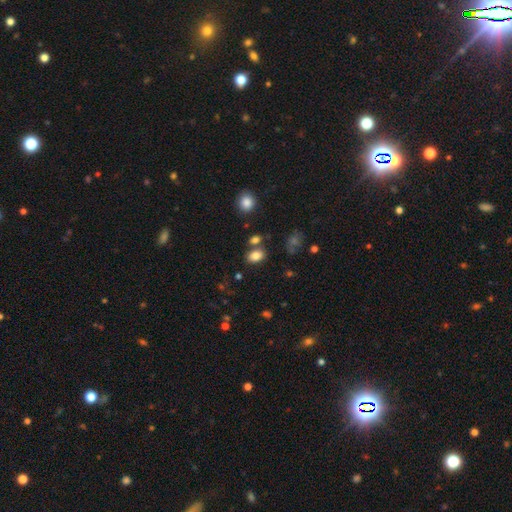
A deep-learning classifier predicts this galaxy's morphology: Overall: smooth (83%). How rounded: in between (81%). Merging: none (72%).